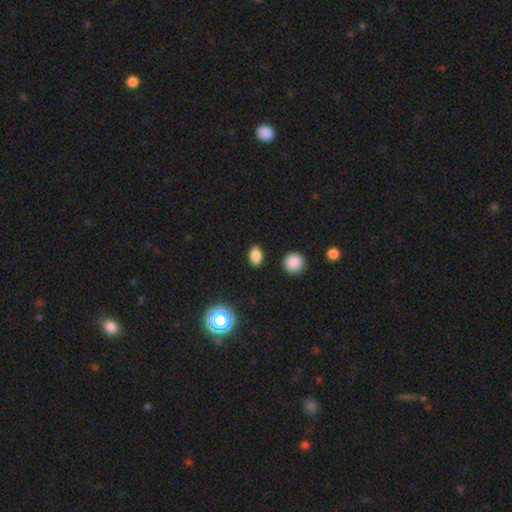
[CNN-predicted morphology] smooth 82%, star or artifact 13%, featured or disk 5%. Down the decision tree: how rounded — in between (79%); merging — none (88%).